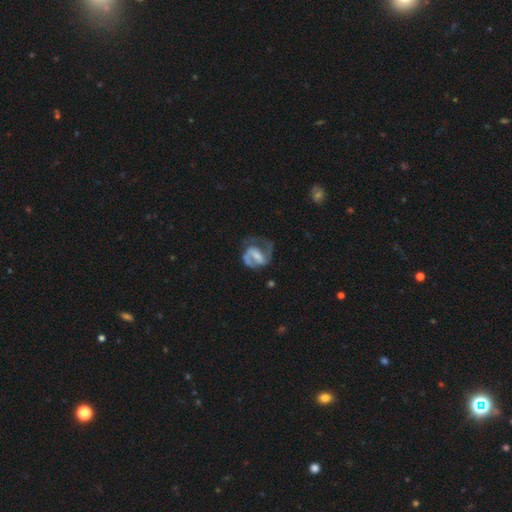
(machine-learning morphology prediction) smooth-or-featured: featured or disk: 79% | smooth: 15% | star or artifact: 6%
  disk-edge-on: no: 98% | yes: 2%
    bar: weak: 40% (tied) | strong: 40% (tied) | no: 20%
    has-spiral-arms: yes: 88% | no: 12%
      spiral-winding: medium: 49% | tight: 29% | loose: 22%
      spiral-arm-count: 2: 70% | 1: 18% | can't tell: 8% | 3: 2% | 4: 1% | more than 4: 1%
    bulge-size: small: 35% | moderate: 30% | none: 24% | large: 10% | dominant: 2%
  merging: none: 42% | major disturbance: 33% | minor disturbance: 21% | merger: 4%